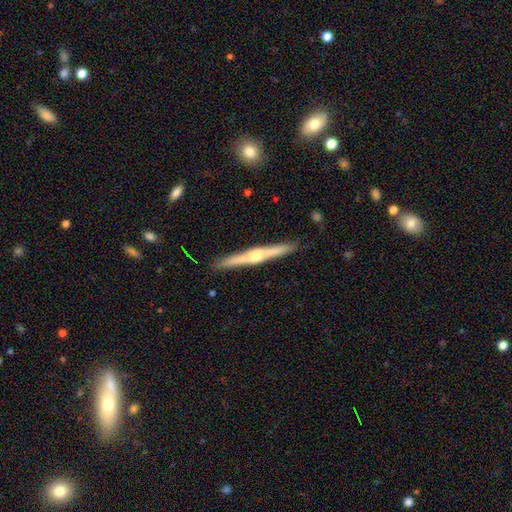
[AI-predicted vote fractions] smooth-or-featured: featured or disk: 76% | smooth: 19% | star or artifact: 5%
  disk-edge-on: yes: 98% | no: 2%
    edge-on-bulge: rounded: 88% | none: 7% | boxy: 5%
  merging: none: 92% | minor disturbance: 6% | major disturbance: 1% | merger: 1%